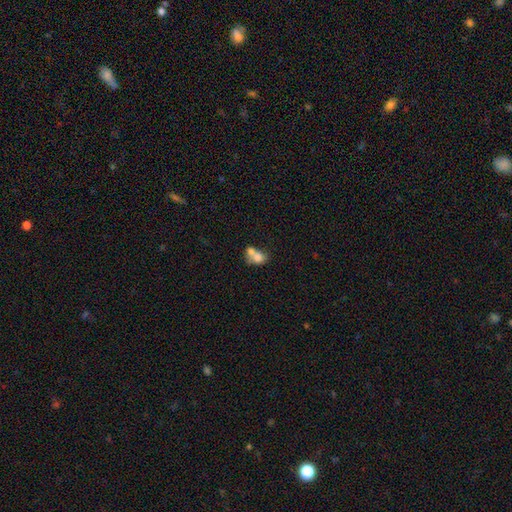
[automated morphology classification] A smooth galaxy with no disk features (70%) that is in between round and cigar-shaped (55%). Merging: merger (69%).